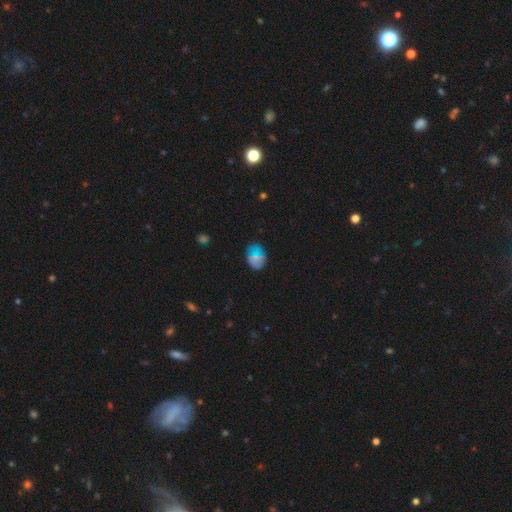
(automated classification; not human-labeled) Smooth or featured? Predicted: smooth (p=0.57). How rounded? Predicted: in between (p=0.63). Merging? Predicted: none (p=0.70).